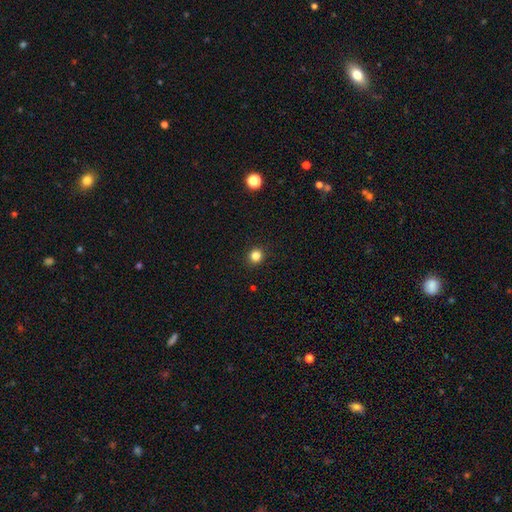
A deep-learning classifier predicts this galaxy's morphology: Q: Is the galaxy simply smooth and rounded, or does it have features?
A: smooth — 83%.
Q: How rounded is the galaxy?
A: round — 89%.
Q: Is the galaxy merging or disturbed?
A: none — 92%.